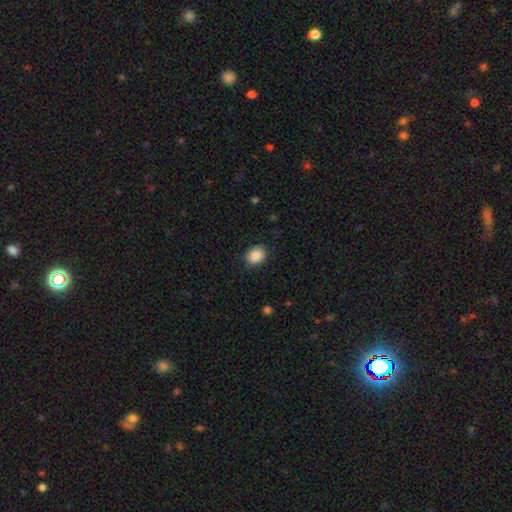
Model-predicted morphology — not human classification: Smooth or featured?
  - smooth: 89% *
  - star or artifact: 8%
  - featured or disk: 3%
How rounded?
  - in between: 65% *
  - round: 34%
  - cigar-shaped: 1%
Merging?
  - none: 86% *
  - minor disturbance: 10%
  - major disturbance: 3%
  - merger: 1%